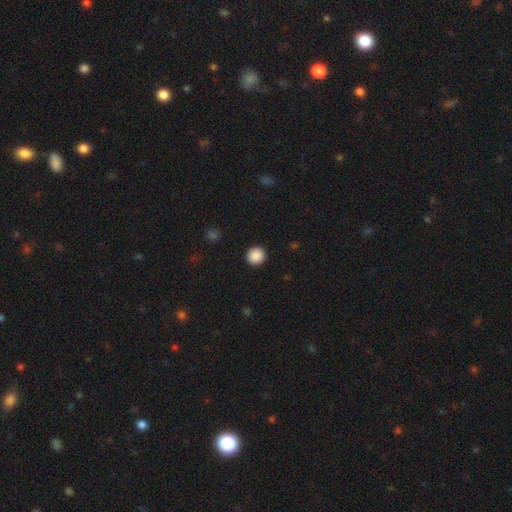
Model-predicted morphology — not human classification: smooth-or-featured: smooth: 89% | star or artifact: 9% | featured or disk: 2%
  how-rounded: round: 93% | in between: 6% | cigar-shaped: 1%
  merging: none: 93% | minor disturbance: 4% | major disturbance: 2% | merger: 1%